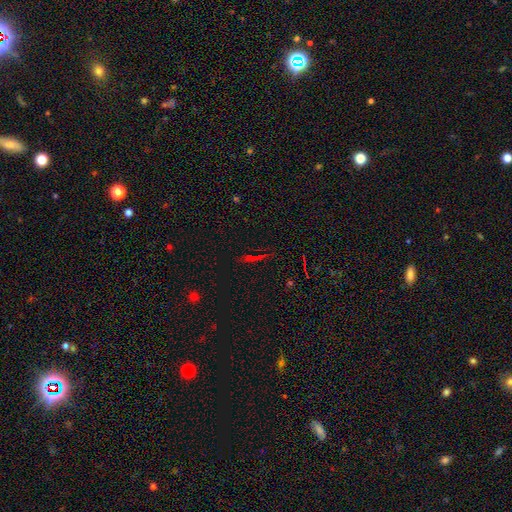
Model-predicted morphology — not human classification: Smooth or featured? star or artifact (55%)